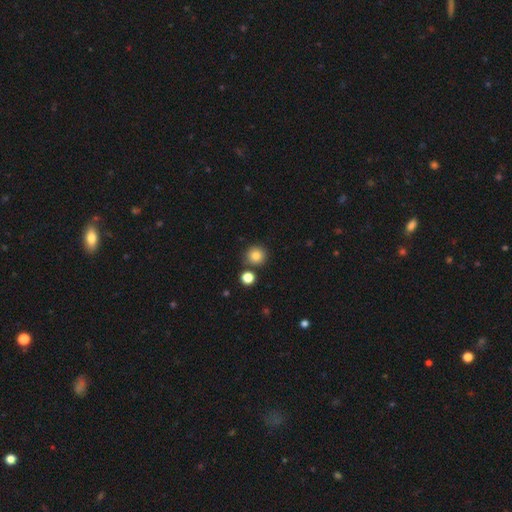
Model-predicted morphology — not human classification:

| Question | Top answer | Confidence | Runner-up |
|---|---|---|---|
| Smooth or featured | smooth | 83% | star or artifact (11%) |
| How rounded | round | 93% | in between (6%) |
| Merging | none | 81% | merger (9%) |